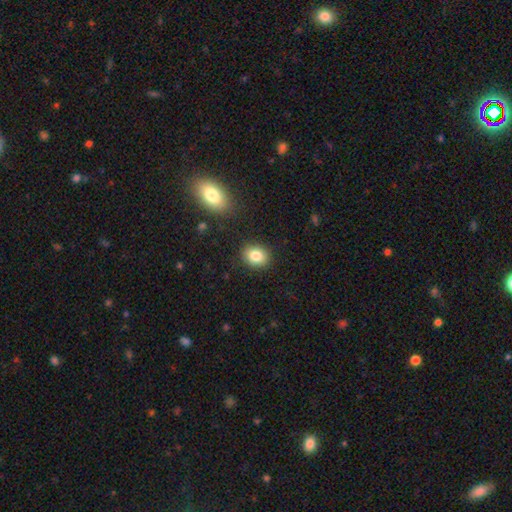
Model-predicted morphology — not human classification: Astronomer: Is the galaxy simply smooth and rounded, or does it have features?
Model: smooth — 83%.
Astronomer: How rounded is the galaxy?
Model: round — 55% (runner-up: in between, 44%).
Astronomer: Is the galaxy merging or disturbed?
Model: none — 88%.